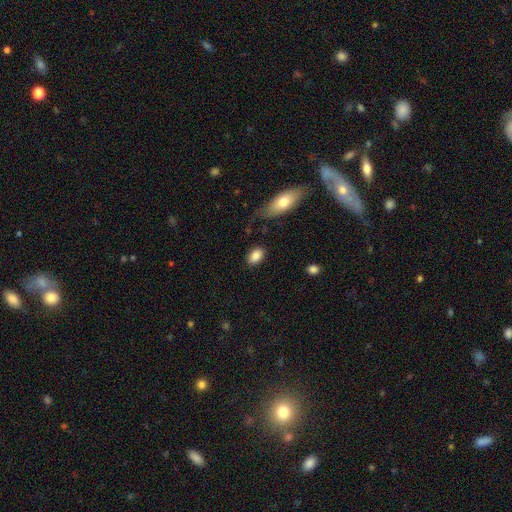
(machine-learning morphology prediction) This appears to be a smooth galaxy with no disk features (86%) that is in between round and cigar-shaped (85%). Merging: none (84%).